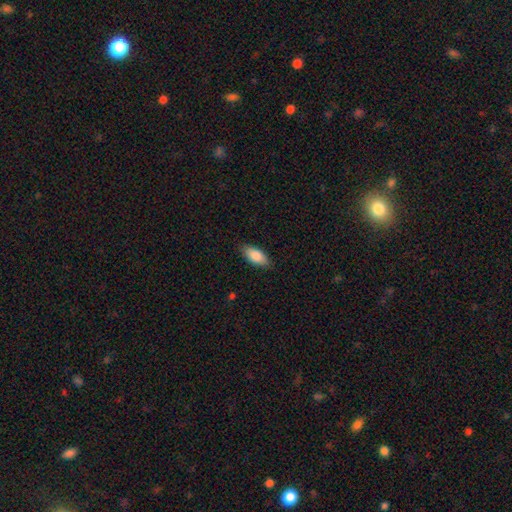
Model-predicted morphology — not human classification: A smooth galaxy with no disk features (86%) that is in between round and cigar-shaped (87%). Merging: none (84%).